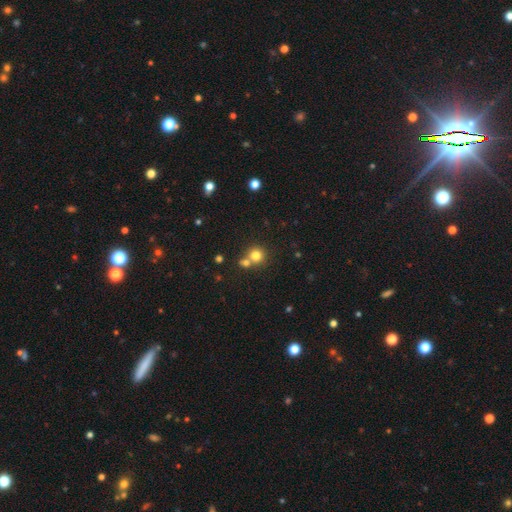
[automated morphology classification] The model was most divided on "merging": none: 55%, merger: 35%, minor disturbance: 7%, major disturbance: 3%. More confident: how rounded — round (89%); smooth or featured — smooth (78%).